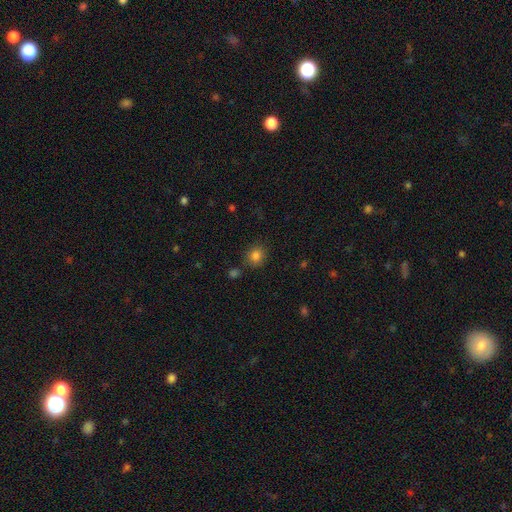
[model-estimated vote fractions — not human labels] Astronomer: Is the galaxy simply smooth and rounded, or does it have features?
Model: smooth — 82%.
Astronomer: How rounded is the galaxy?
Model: round — 79%.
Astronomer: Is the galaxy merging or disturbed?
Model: none — 83%.